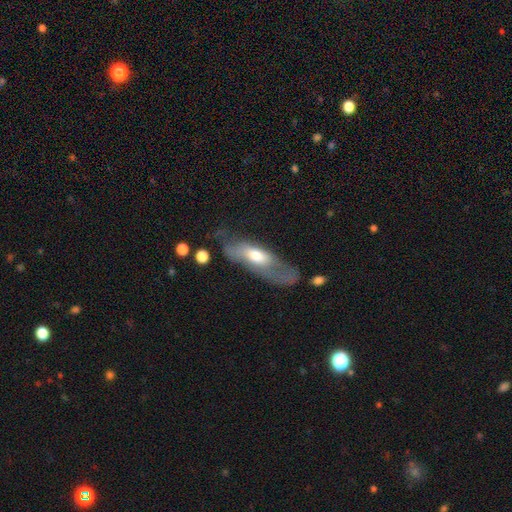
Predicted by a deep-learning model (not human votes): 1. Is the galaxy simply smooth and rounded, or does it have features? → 48% featured or disk, 46% smooth, 6% star or artifact.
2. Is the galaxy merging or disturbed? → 36% major disturbance, 34% none, 26% minor disturbance, 5% merger.